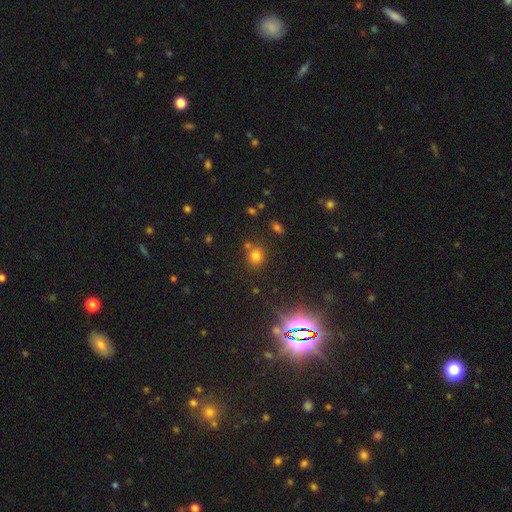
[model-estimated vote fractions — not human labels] A smooth galaxy with no disk features (72%) that is round (81%).

Vote fractions:
- Smooth or featured? smooth: 72% / star or artifact: 21% / featured or disk: 8%
- How rounded? round: 81% / in between: 17% / cigar-shaped: 1%
- Merging? none: 74% / merger: 12% / minor disturbance: 10% / major disturbance: 4%